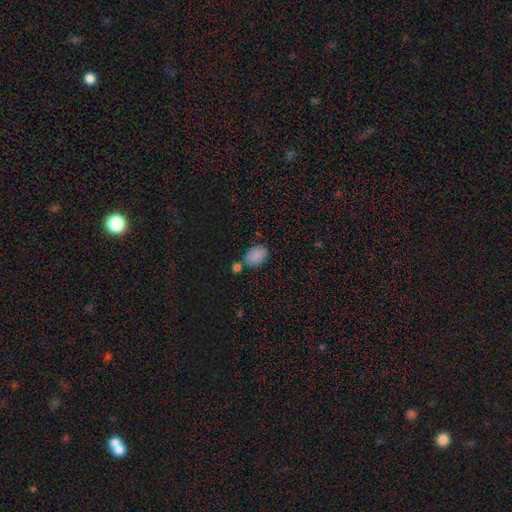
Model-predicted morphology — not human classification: Overall: smooth (79%). How rounded: in between (79%). Merging: none (63%).